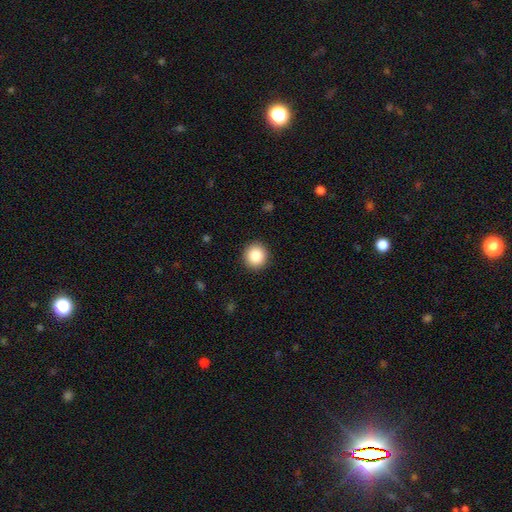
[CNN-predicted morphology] This appears to be a smooth galaxy with no disk features (86%) that is round (92%). Merging: none (92%).